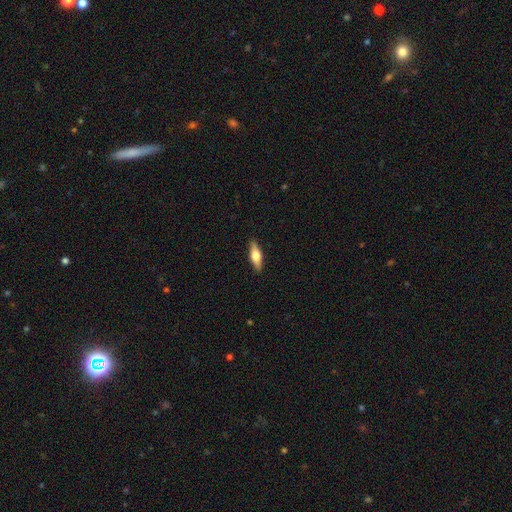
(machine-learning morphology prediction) This is possibly a smooth galaxy (50%). How rounded: possibly in between (52%). Merging: clearly none (89%).